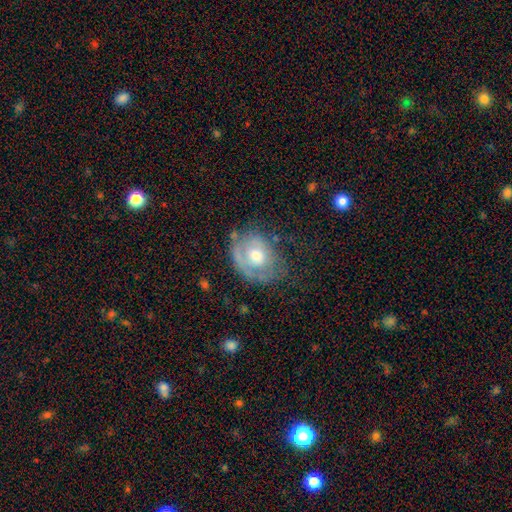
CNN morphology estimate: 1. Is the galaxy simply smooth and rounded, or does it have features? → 55% featured or disk, 38% smooth, 7% star or artifact.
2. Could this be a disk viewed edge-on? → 95% no, 5% yes.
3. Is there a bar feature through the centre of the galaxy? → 82% no, 16% weak, 3% strong.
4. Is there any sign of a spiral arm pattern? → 53% yes, 47% no.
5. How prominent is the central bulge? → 68% moderate, 21% small, 9% large, 1% none, 1% dominant.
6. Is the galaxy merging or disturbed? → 50% none, 29% minor disturbance, 18% major disturbance, 3% merger.